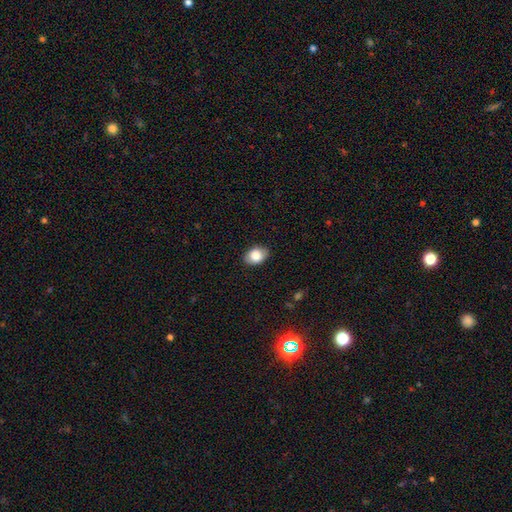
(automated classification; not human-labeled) smooth-or-featured: smooth: 85% | featured or disk: 8% | star or artifact: 7%
  how-rounded: in between: 80% | round: 19% | cigar-shaped: 1%
  merging: none: 86% | minor disturbance: 11% | major disturbance: 2% | merger: 1%